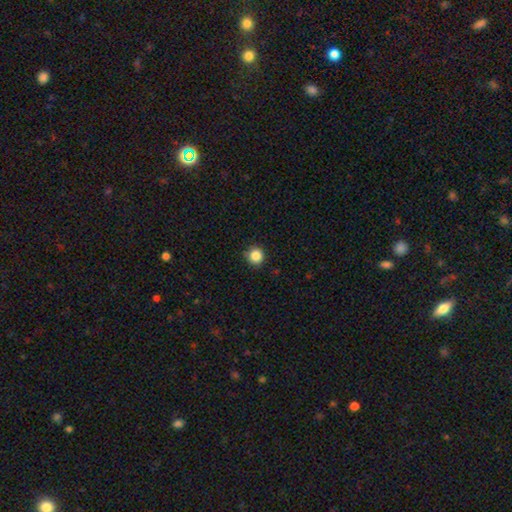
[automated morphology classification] This appears to be a smooth galaxy with no disk features (86%) that is round (92%). Merging: none (88%).